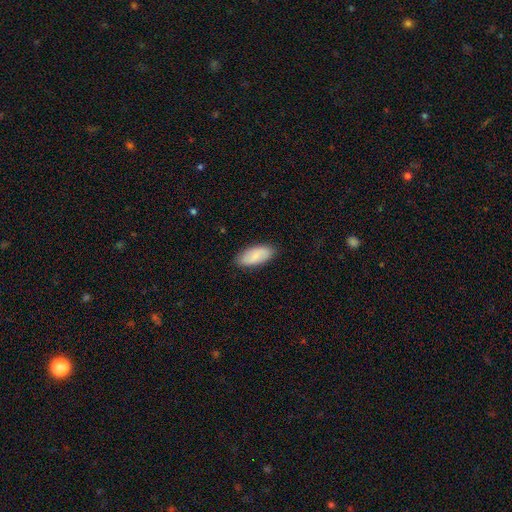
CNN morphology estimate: This appears to be a smooth galaxy with no disk features (78%) that is in between round and cigar-shaped (90%). Merging: none (85%).